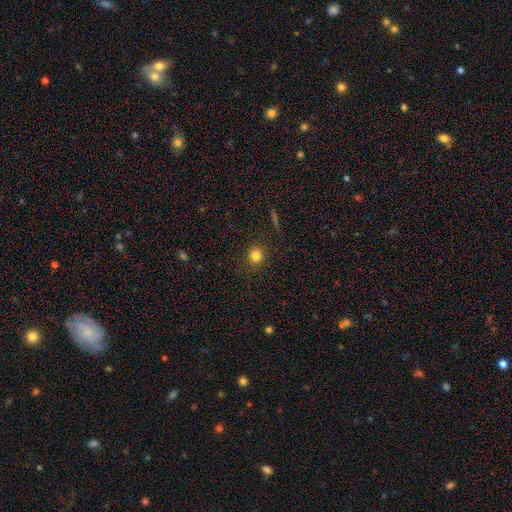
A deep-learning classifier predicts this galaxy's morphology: Overall: smooth (81%). How rounded: round (87%). Merging: none (88%).